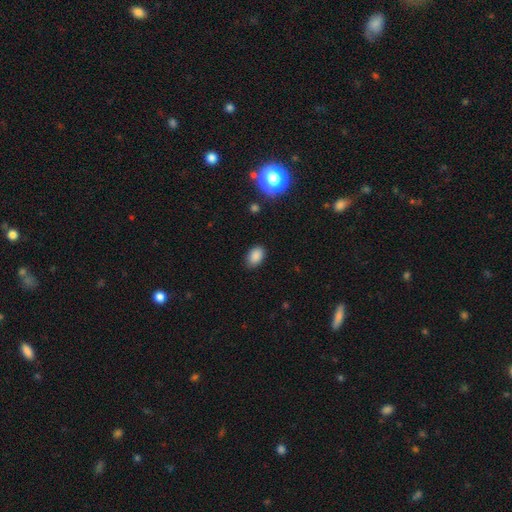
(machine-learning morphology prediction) type=smooth (85%); roundness=in between (86%); merging=none (84%).